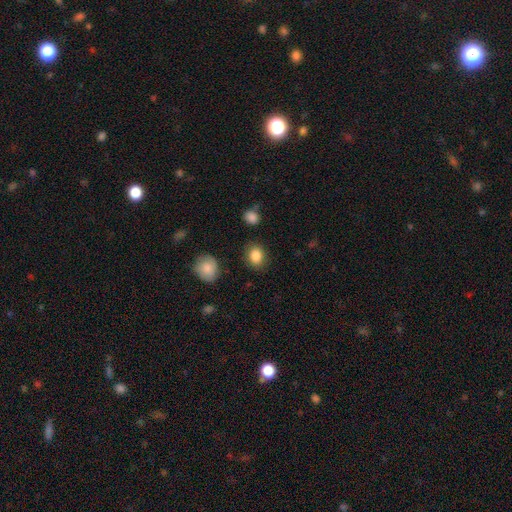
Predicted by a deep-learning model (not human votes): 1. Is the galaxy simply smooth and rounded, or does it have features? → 86% smooth, 9% star or artifact, 5% featured or disk.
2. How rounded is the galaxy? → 54% in between, 45% round, 1% cigar-shaped.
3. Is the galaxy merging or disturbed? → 85% none, 10% minor disturbance, 3% major disturbance, 2% merger.